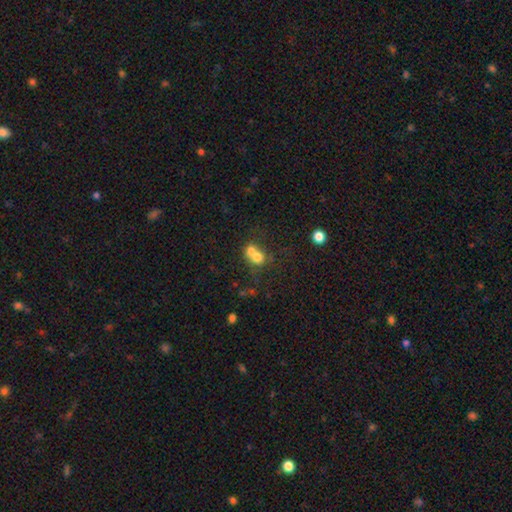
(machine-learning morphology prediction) A smooth galaxy with no disk features (68%) that is round (71%). Merging: merger (67%).